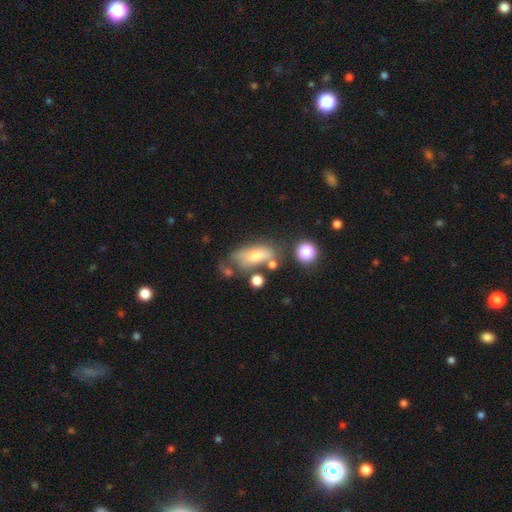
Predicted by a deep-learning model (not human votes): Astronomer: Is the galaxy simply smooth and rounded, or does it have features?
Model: smooth — 57% (runner-up: featured or disk, 32%).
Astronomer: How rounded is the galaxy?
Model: in between — 76%.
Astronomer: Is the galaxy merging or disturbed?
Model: none — 43% (runner-up: minor disturbance, 25%).